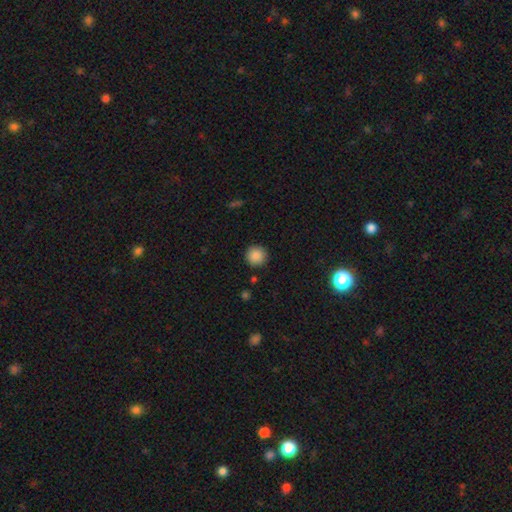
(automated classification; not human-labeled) smooth 88%, star or artifact 9%, featured or disk 3%. Down the decision tree: how rounded — round (95%); merging — none (91%).